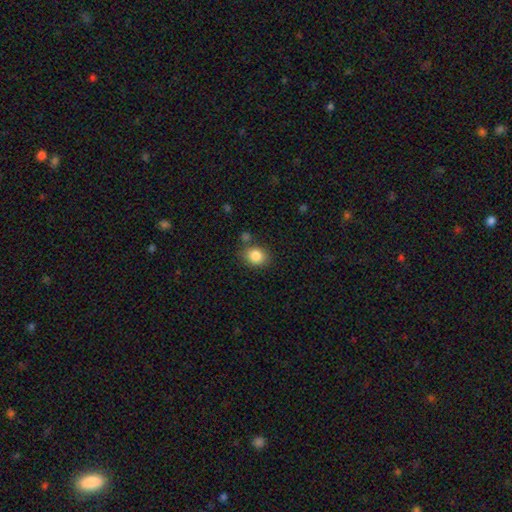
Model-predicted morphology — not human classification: Smooth or featured? smooth (85%)
How rounded? round (61%)
Merging? none (75%)